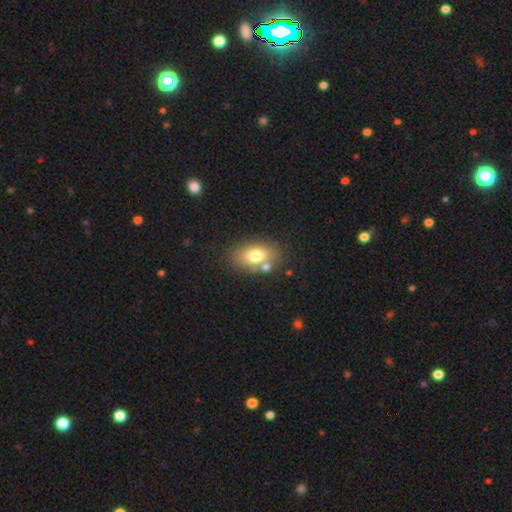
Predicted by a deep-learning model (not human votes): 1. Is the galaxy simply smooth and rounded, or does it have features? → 73% smooth, 16% featured or disk, 10% star or artifact.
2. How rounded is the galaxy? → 82% in between, 16% round, 2% cigar-shaped.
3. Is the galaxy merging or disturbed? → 70% none, 13% minor disturbance, 12% merger, 4% major disturbance.